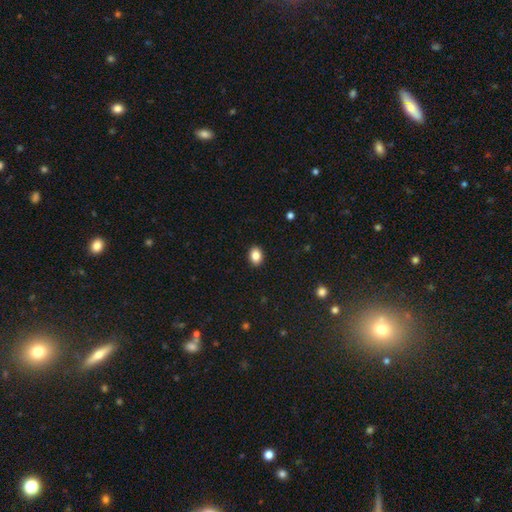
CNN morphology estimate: smooth 86%, star or artifact 9%, featured or disk 5%. Down the decision tree: how rounded — in between (68%); merging — none (91%).